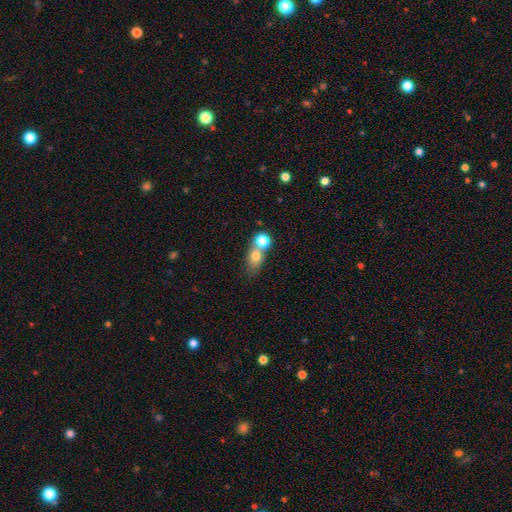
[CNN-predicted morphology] Smooth or featured?
  - smooth: 73% *
  - featured or disk: 16%
  - star or artifact: 11%
How rounded?
  - in between: 52% *
  - round: 44%
  - cigar-shaped: 4%
Merging?
  - merger: 56% *
  - none: 32%
  - minor disturbance: 8%
  - major disturbance: 4%